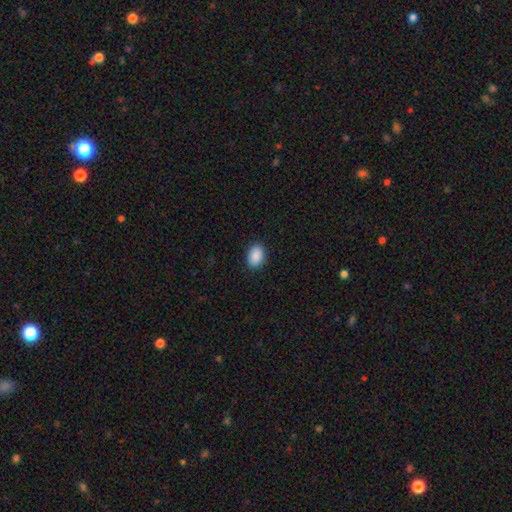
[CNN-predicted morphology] smooth 90%, star or artifact 7%, featured or disk 2%. Down the decision tree: how rounded — in between (82%); merging — none (90%).